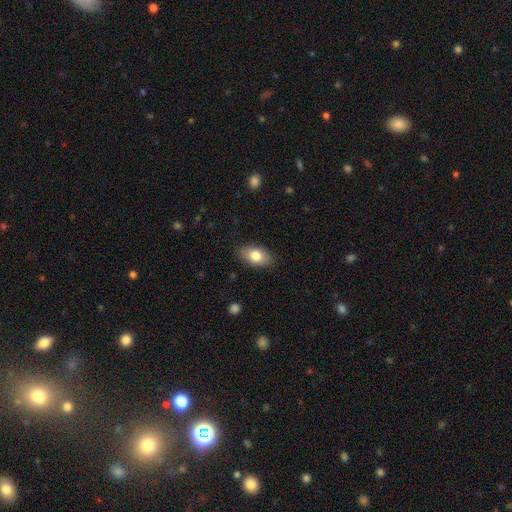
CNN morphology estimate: smooth 80%, featured or disk 13%, star or artifact 7%. Down the decision tree: how rounded — in between (90%); merging — none (86%).